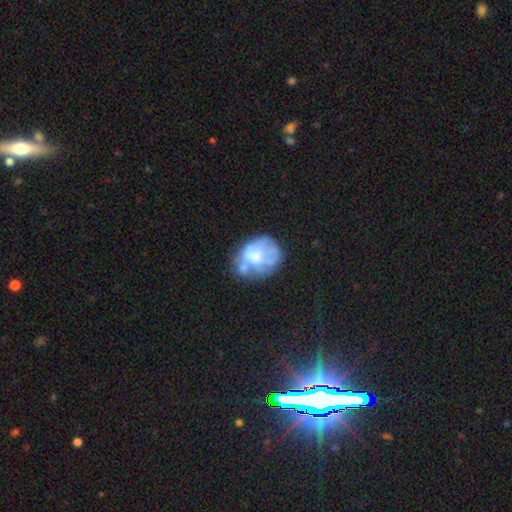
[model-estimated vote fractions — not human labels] featured or disk 53%, smooth 38%, star or artifact 9%. Down the decision tree: edge-on disk — no (98%); bar — no (87%); spiral arms — no (85%); bulge size — moderate (34%); merging — none (39%).